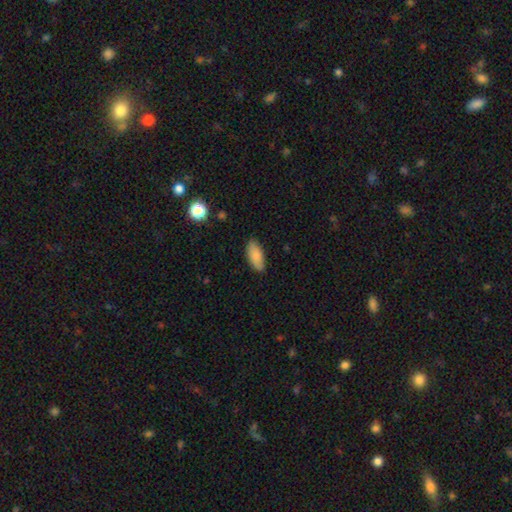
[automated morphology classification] Q: Smooth or featured?
A: smooth (84%); runner-up: featured or disk (9%)
Q: How rounded?
A: in between (83%); runner-up: cigar-shaped (15%)
Q: Merging?
A: none (85%); runner-up: minor disturbance (11%)